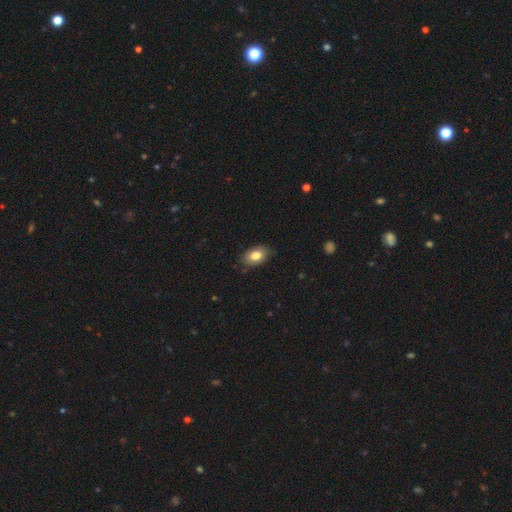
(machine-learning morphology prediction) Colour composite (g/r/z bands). It shows a smooth galaxy with no disk features (81%) that is in between round and cigar-shaped (88%). Merging: none (81%).